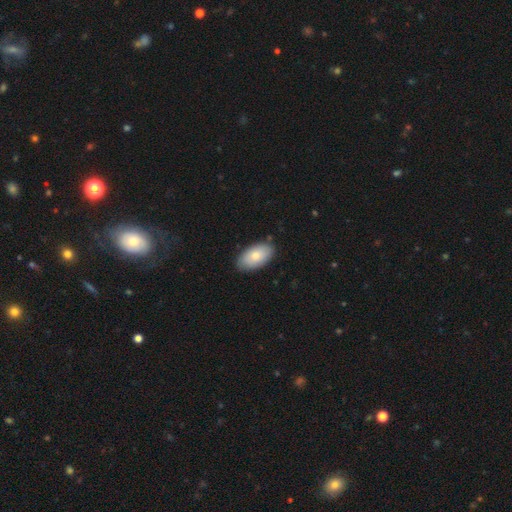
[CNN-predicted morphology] Q: Smooth or featured?
A: smooth (78%); runner-up: featured or disk (16%)
Q: How rounded?
A: in between (95%); runner-up: round (3%)
Q: Merging?
A: none (84%); runner-up: minor disturbance (12%)